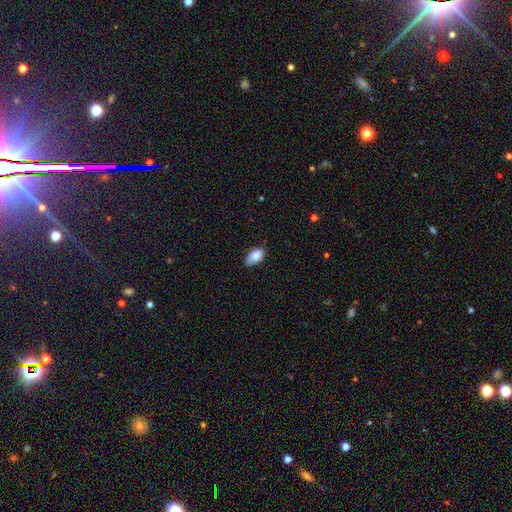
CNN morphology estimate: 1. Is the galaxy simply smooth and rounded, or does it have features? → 87% smooth, 7% star or artifact, 6% featured or disk.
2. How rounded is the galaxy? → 93% in between, 5% round, 2% cigar-shaped.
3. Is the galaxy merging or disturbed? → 61% none, 32% minor disturbance, 5% major disturbance, 1% merger.